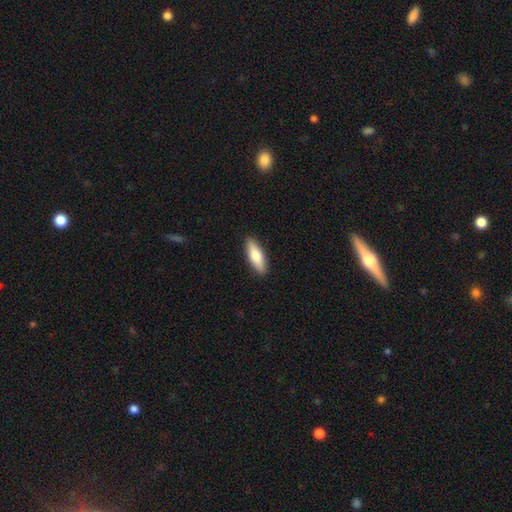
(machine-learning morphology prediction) A smooth galaxy with no disk features (76%) that is in between round and cigar-shaped (55%).

Vote fractions:
- Smooth or featured? smooth: 76% / featured or disk: 19% / star or artifact: 5%
- How rounded? in between: 55% / cigar-shaped: 43% / round: 2%
- Merging? none: 90% / minor disturbance: 7% / major disturbance: 2% / merger: 1%